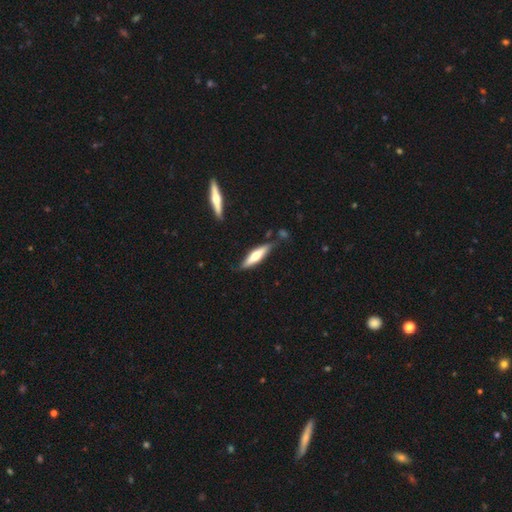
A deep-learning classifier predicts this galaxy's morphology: smooth-or-featured: smooth: 50% | featured or disk: 45% | star or artifact: 5%
  merging: none: 78% | minor disturbance: 16% | merger: 4% | major disturbance: 3%